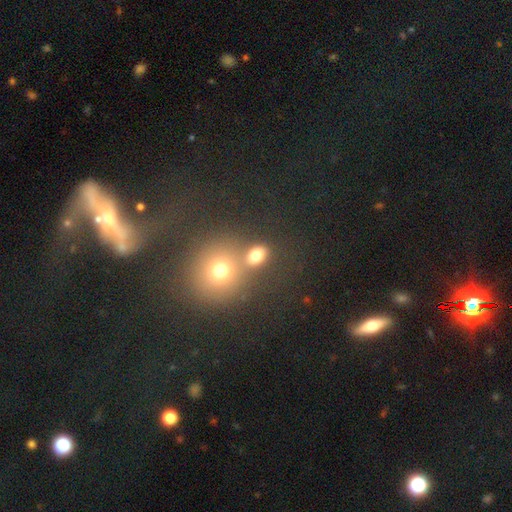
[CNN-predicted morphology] type=smooth (75%); roundness=in between (56%); merging=none (56%).